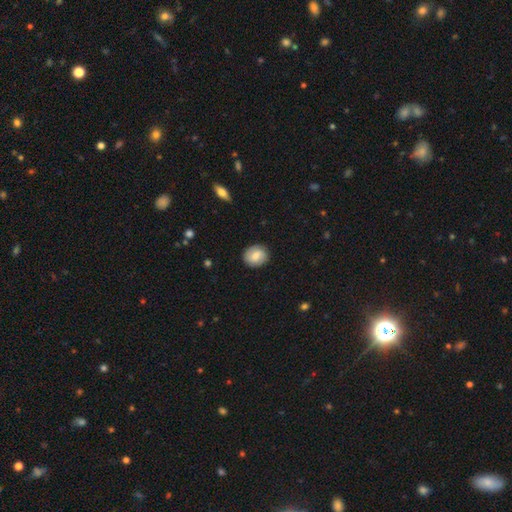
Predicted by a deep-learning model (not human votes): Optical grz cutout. It shows a smooth galaxy with no disk features (69%) that is round (73%). Merging: none (87%).